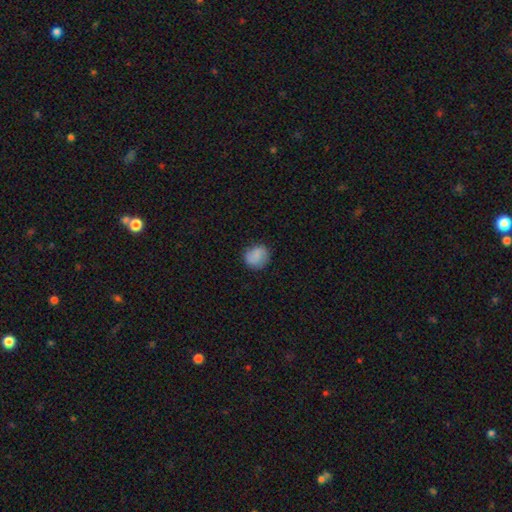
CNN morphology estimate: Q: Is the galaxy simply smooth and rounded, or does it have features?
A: smooth — 84%.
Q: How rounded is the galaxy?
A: round — 75%.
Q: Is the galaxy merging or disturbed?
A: none — 81%.